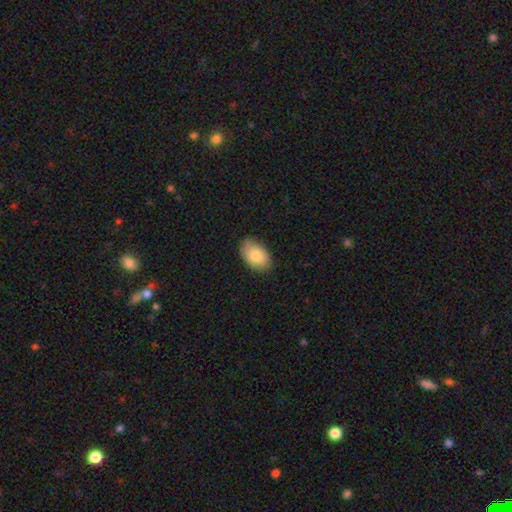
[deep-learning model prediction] Smooth or featured? smooth (81%)
How rounded? in between (90%)
Merging? none (82%)